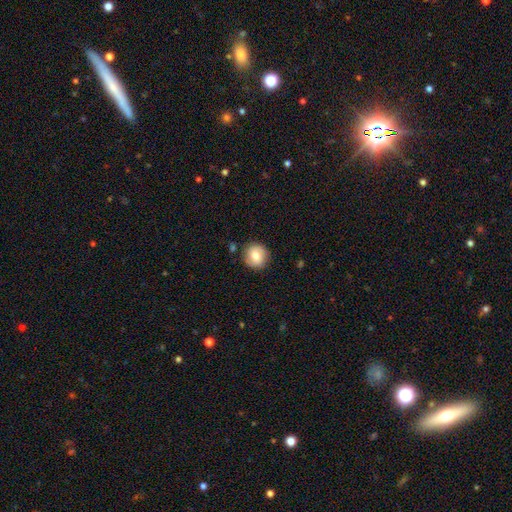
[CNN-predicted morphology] This is likely a smooth galaxy (78%). How rounded: clearly round (92%). Merging: clearly none (86%).